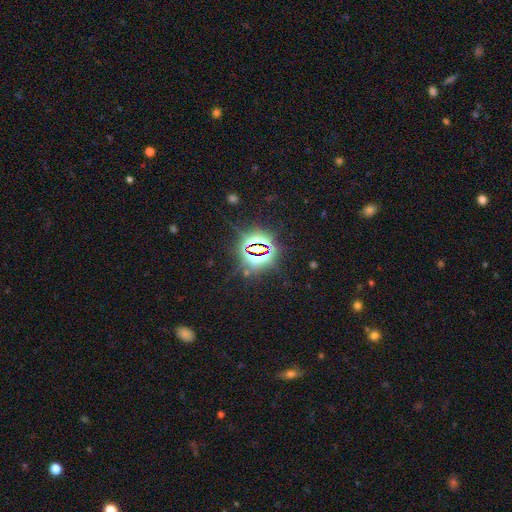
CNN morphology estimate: Q: Smooth or featured?
A: star or artifact (80%); runner-up: smooth (12%)